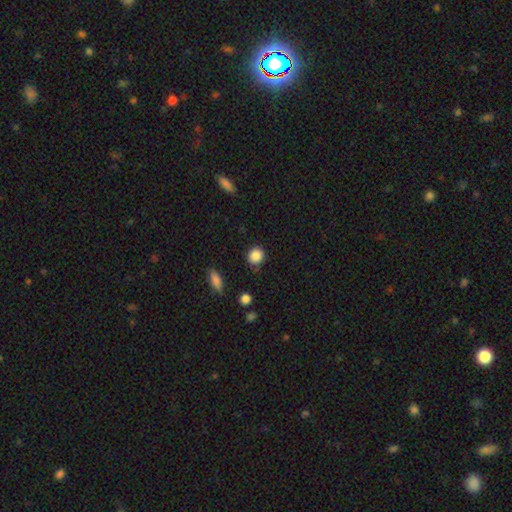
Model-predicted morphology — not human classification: This appears to be a smooth galaxy with no disk features (87%) that is round (83%). Merging: none (83%).